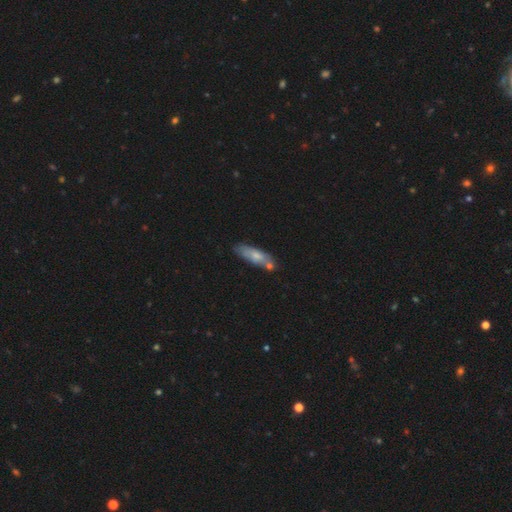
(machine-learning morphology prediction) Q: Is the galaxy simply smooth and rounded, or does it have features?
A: smooth — 63%.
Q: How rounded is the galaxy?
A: cigar-shaped — 51%.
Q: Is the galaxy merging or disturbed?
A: none — 59%.